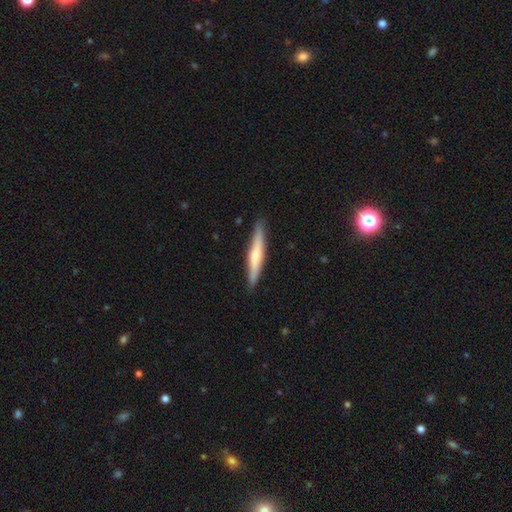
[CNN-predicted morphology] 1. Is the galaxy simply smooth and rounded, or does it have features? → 51% smooth, 43% featured or disk, 5% star or artifact.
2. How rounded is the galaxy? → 93% cigar-shaped, 5% in between, 1% round.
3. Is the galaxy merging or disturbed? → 88% none, 9% minor disturbance, 2% major disturbance, 1% merger.